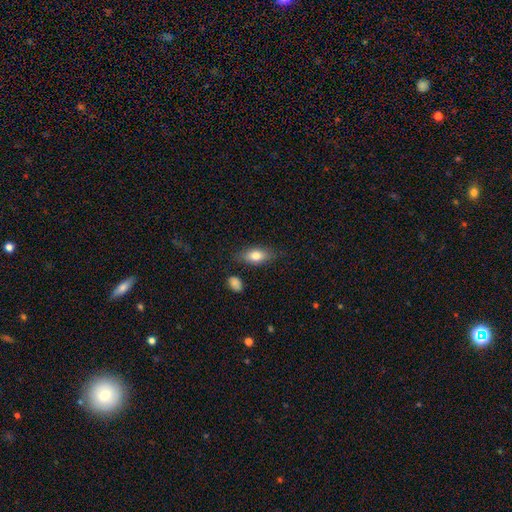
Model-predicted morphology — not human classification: A smooth galaxy with no disk features (75%) that is in between round and cigar-shaped (82%). Merging: none (78%).